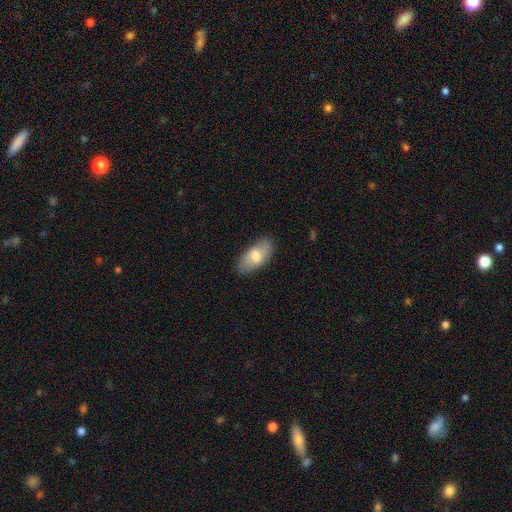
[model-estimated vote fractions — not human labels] The model was most divided on "smooth or featured": smooth: 72%, featured or disk: 22%, star or artifact: 6%. More confident: how rounded — in between (91%); merging — none (81%).